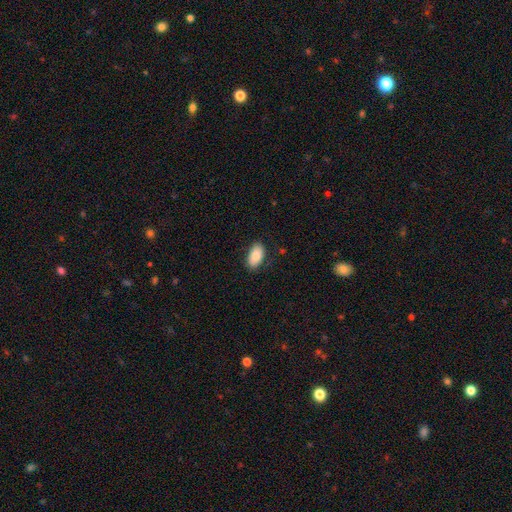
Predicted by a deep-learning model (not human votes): smooth 85%, featured or disk 8%, star or artifact 7%. Down the decision tree: how rounded — in between (94%); merging — none (82%).